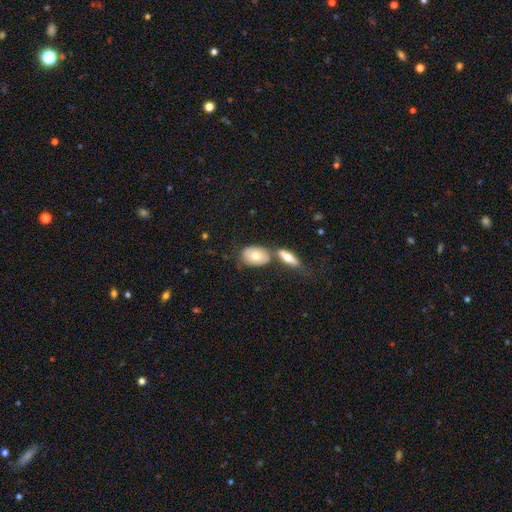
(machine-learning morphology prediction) Smooth or featured? Predicted: smooth (p=0.70). How rounded? Predicted: in between (p=0.86). Merging? Predicted: none (p=0.49).